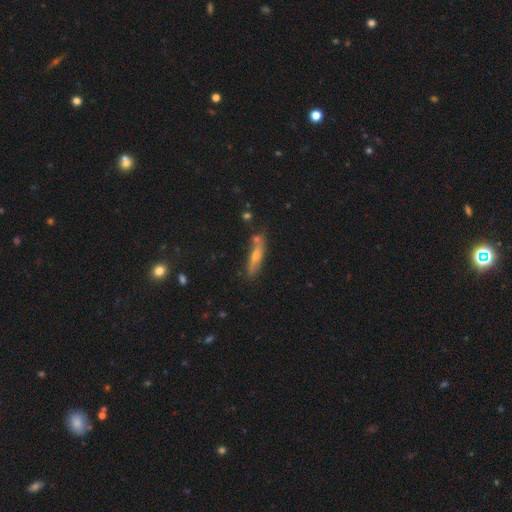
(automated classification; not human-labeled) Smooth or featured?
  - featured or disk: 47% *
  - smooth: 43%
  - star or artifact: 10%
Merging?
  - none: 71% *
  - minor disturbance: 16%
  - merger: 8%
  - major disturbance: 4%